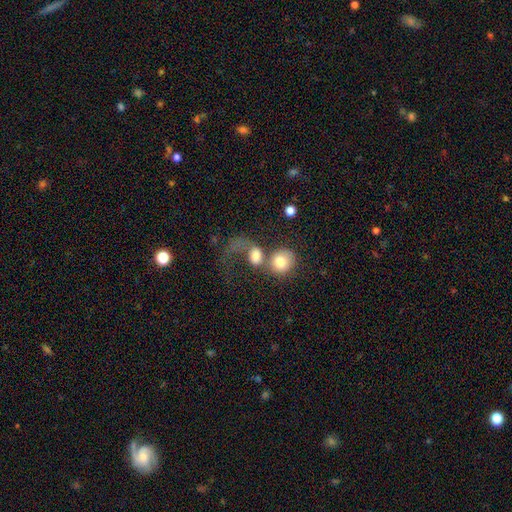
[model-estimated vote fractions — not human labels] The model was most divided on "how rounded": round: 55%, in between: 43%, cigar-shaped: 2%. More confident: smooth or featured — smooth (68%); merging — merger (51%).